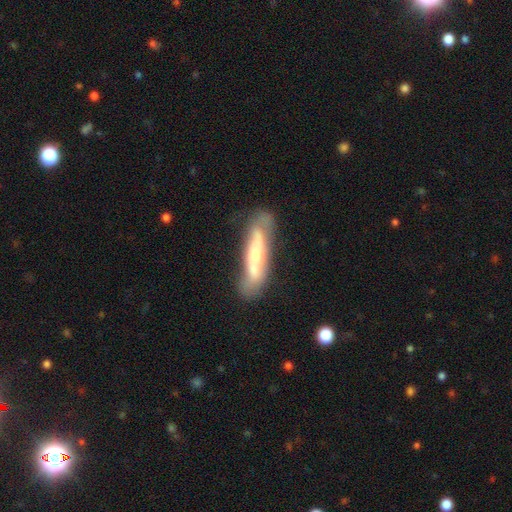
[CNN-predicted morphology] Q: Smooth or featured?
A: featured or disk (53%); runner-up: smooth (41%)
Q: Edge-on disk?
A: no (53%); runner-up: yes (47%)
Q: Merging?
A: none (62%); runner-up: minor disturbance (23%)